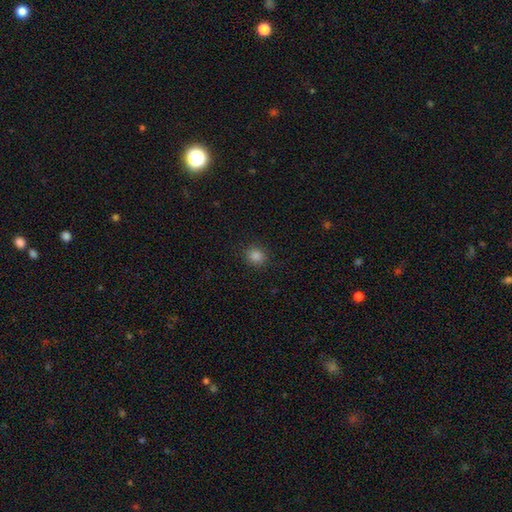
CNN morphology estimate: smooth-or-featured: smooth: 83% | star or artifact: 14% | featured or disk: 3%
  how-rounded: round: 80% | in between: 19% | cigar-shaped: 1%
  merging: none: 90% | minor disturbance: 6% | major disturbance: 2% | merger: 1%